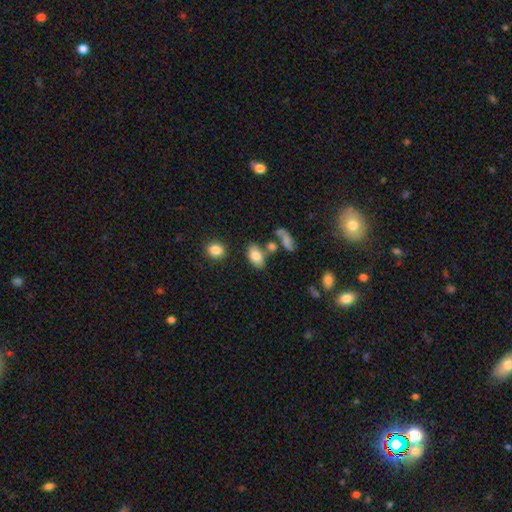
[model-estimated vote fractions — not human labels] smooth_or_featured: smooth (p=0.80) [alt: featured or disk p=0.12]
how_rounded: in between (p=0.91) [alt: round p=0.07]
merging: none (p=0.65) [alt: minor disturbance p=0.15]